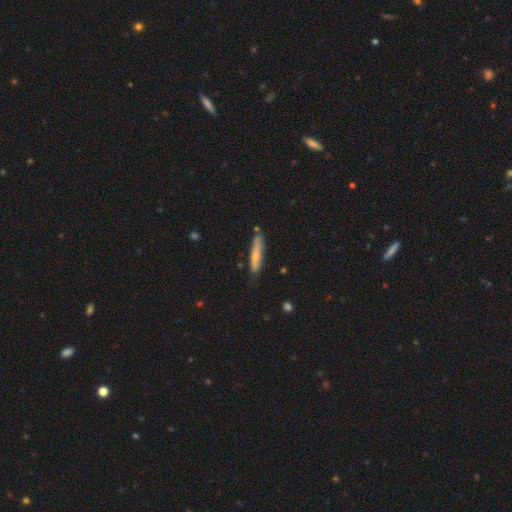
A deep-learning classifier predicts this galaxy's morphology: smooth_or_featured: smooth (p=0.68) [alt: featured or disk p=0.25]
how_rounded: cigar-shaped (p=0.88) [alt: in between p=0.10]
merging: none (p=0.76) [alt: minor disturbance p=0.17]